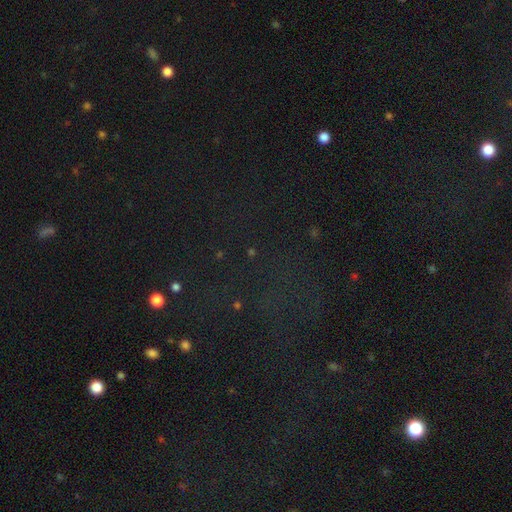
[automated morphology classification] Smooth or featured: star or artifact — 74% (smooth — 17%)